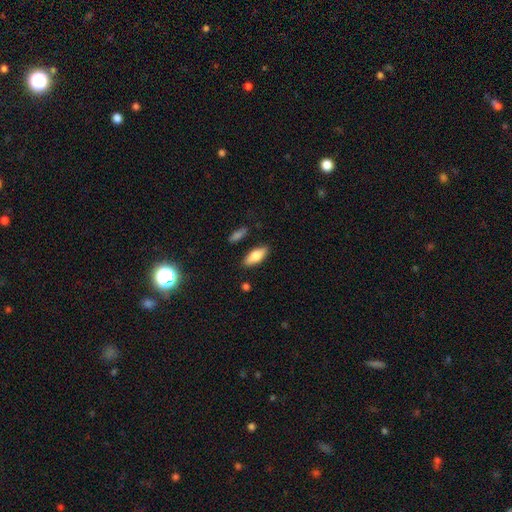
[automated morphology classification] smooth_or_featured: smooth (p=0.74) [alt: featured or disk p=0.20]
how_rounded: in between (p=0.74) [alt: cigar-shaped p=0.23]
merging: none (p=0.85) [alt: minor disturbance p=0.11]